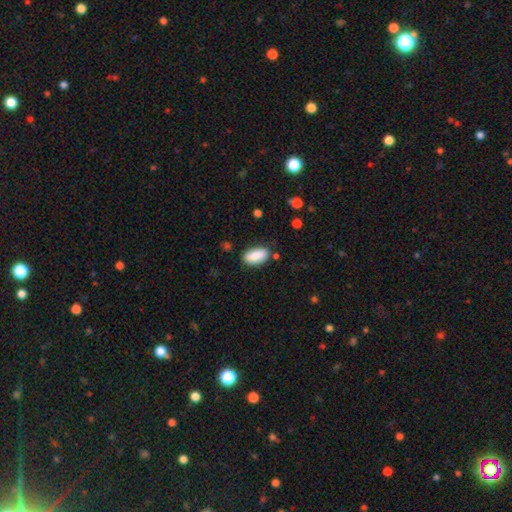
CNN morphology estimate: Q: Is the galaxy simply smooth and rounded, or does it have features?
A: smooth — 86%.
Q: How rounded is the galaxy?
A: in between — 91%.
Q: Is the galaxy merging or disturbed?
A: none — 80%.